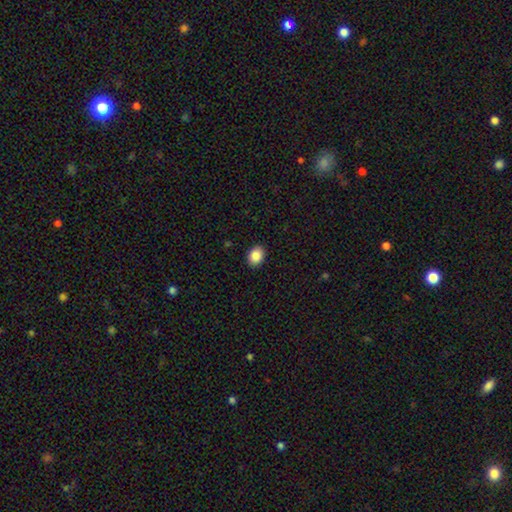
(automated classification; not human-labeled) A smooth galaxy with no disk features (88%) that is in between round and cigar-shaped (62%). Merging: none (90%).